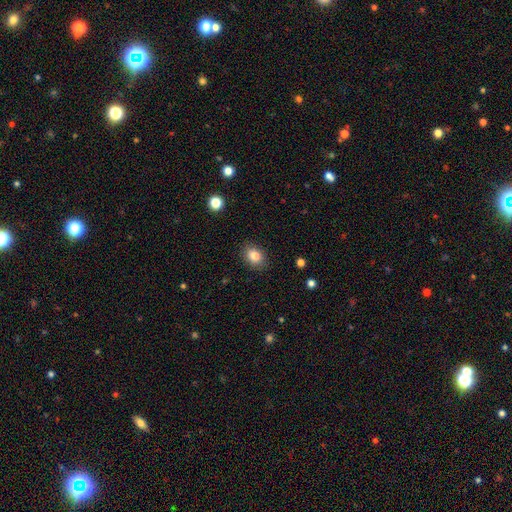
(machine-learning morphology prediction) smooth-or-featured: smooth: 84% | star or artifact: 10% | featured or disk: 6%
  how-rounded: in between: 62% | round: 37% | cigar-shaped: 1%
  merging: none: 87% | minor disturbance: 9% | major disturbance: 2% | merger: 1%